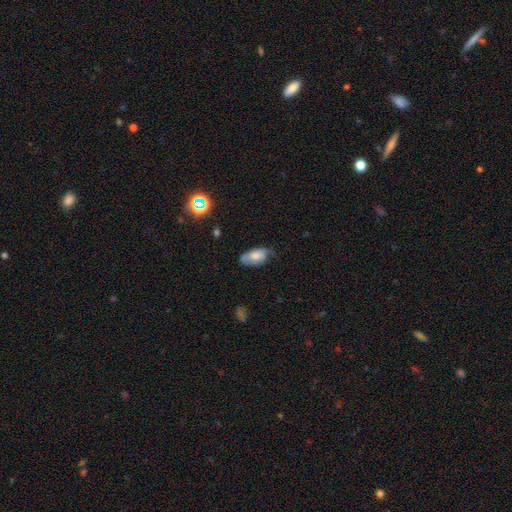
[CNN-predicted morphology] Q: Smooth or featured?
A: smooth (56%); runner-up: featured or disk (35%)
Q: How rounded?
A: in between (92%); runner-up: round (4%)
Q: Merging?
A: none (53%); runner-up: minor disturbance (34%)